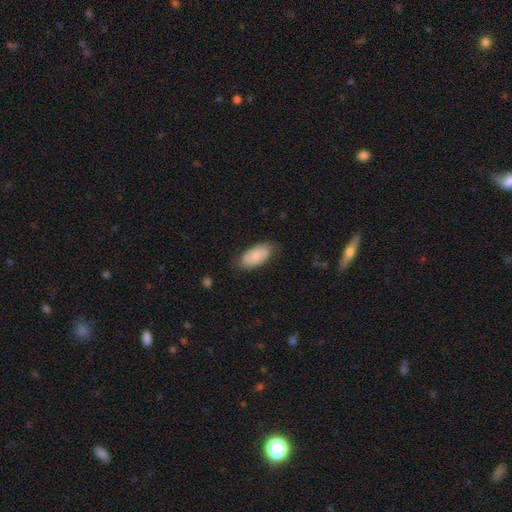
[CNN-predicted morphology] smooth-or-featured: smooth: 74% | featured or disk: 20% | star or artifact: 6%
  how-rounded: in between: 94% | cigar-shaped: 4% | round: 3%
  merging: none: 73% | minor disturbance: 22% | major disturbance: 4% | merger: 1%